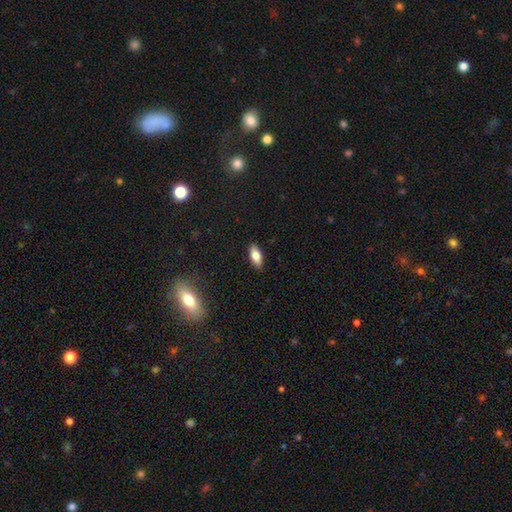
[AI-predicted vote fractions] Q: Smooth or featured?
A: smooth (80%); runner-up: featured or disk (13%)
Q: How rounded?
A: in between (84%); runner-up: cigar-shaped (13%)
Q: Merging?
A: none (89%); runner-up: minor disturbance (8%)